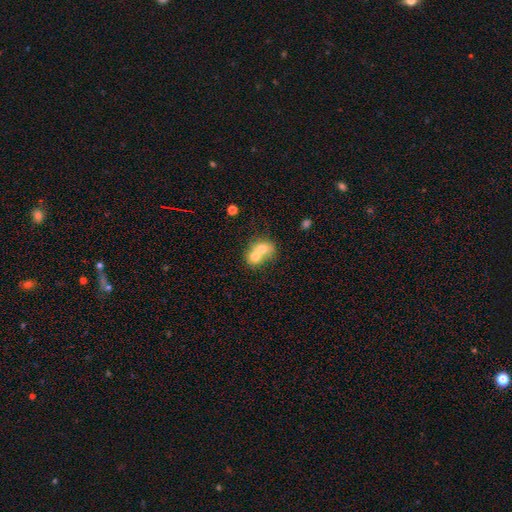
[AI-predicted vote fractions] Smooth or featured? Predicted: smooth (p=0.68). How rounded? Predicted: round (p=0.59). Merging? Predicted: merger (p=0.75).